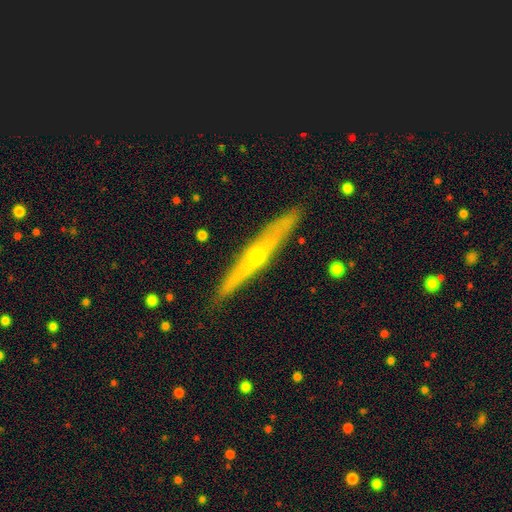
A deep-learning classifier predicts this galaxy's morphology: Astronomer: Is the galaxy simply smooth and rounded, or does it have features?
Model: featured or disk — 68%.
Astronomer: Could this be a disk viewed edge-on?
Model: yes — 95%.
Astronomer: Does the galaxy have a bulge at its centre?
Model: rounded — 78%.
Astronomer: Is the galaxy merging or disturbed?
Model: none — 89%.